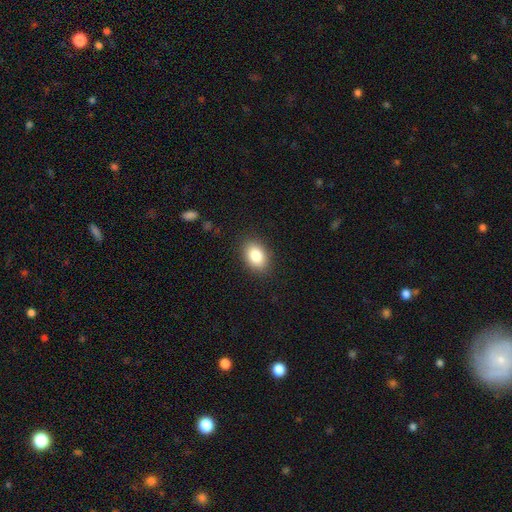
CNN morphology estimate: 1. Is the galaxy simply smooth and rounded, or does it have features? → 85% smooth, 8% star or artifact, 7% featured or disk.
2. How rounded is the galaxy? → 82% in between, 16% round, 1% cigar-shaped.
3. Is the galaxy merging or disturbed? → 87% none, 9% minor disturbance, 3% major disturbance, 1% merger.